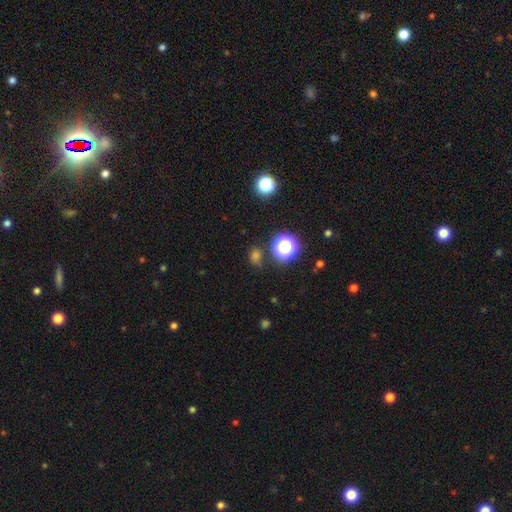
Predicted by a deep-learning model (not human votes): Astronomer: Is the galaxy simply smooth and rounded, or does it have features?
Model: smooth — 55% (runner-up: star or artifact, 38%).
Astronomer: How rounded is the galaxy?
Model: round — 65%.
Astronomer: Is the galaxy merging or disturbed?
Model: none — 77%.